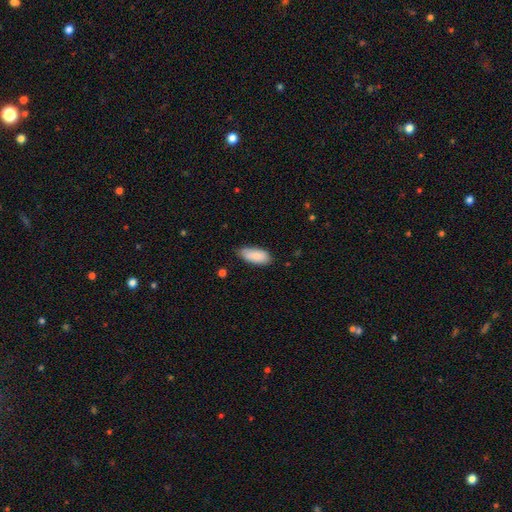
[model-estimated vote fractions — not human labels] This appears to be a smooth galaxy with no disk features (88%) that is in between round and cigar-shaped (88%). Merging: none (77%).